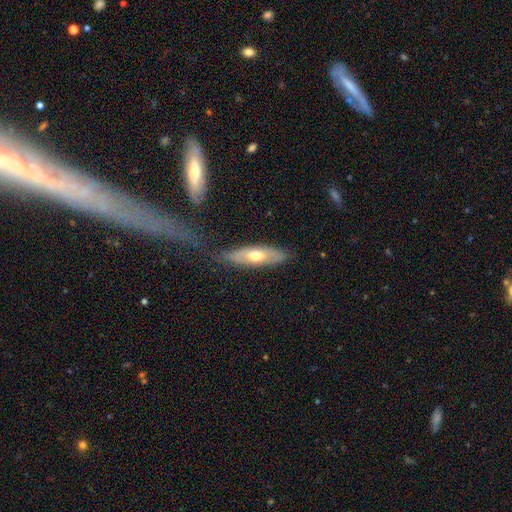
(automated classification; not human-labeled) smooth_or_featured: smooth (p=0.48) [alt: featured or disk p=0.46]
merging: none (p=0.74) [alt: minor disturbance p=0.19]